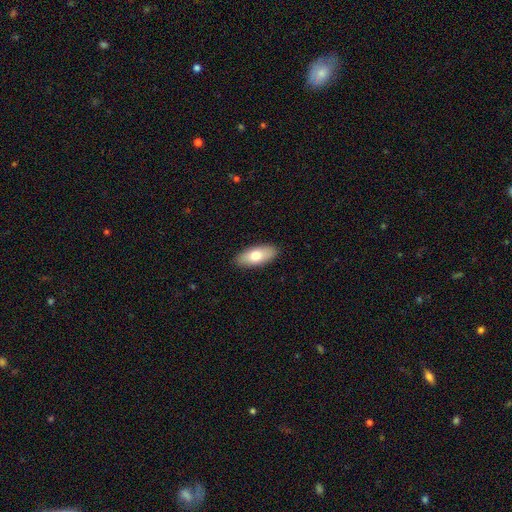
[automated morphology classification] A smooth galaxy with no disk features (75%) that is in between round and cigar-shaped (85%). Merging: none (89%).